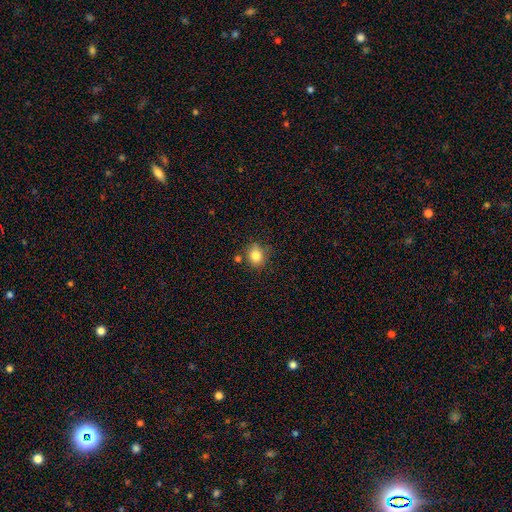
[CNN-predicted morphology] This is clearly a smooth galaxy (82%). How rounded: likely round (68%). Merging: likely none (74%).